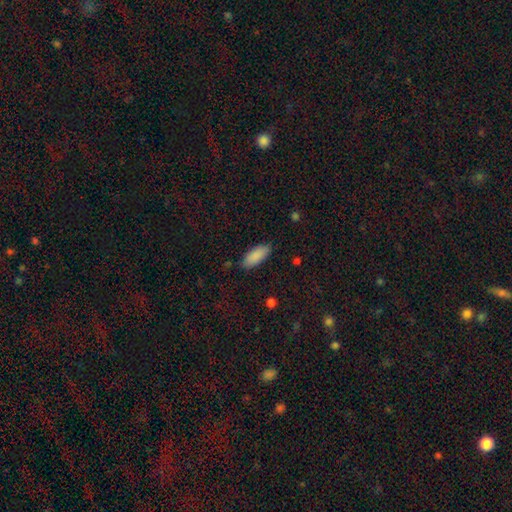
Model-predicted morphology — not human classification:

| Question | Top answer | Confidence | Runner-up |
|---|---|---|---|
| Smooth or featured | smooth | 89% | star or artifact (6%) |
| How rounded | in between | 82% | cigar-shaped (17%) |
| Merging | none | 86% | minor disturbance (11%) |